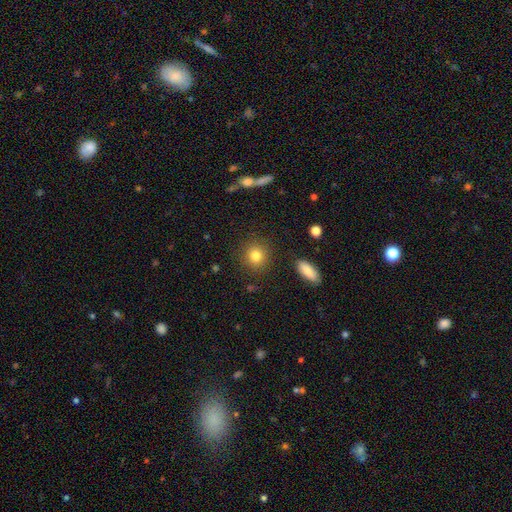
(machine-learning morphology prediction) smooth-or-featured: smooth: 82% | star or artifact: 11% | featured or disk: 8%
  how-rounded: round: 86% | in between: 12% | cigar-shaped: 1%
  merging: none: 88% | minor disturbance: 7% | major disturbance: 3% | merger: 2%